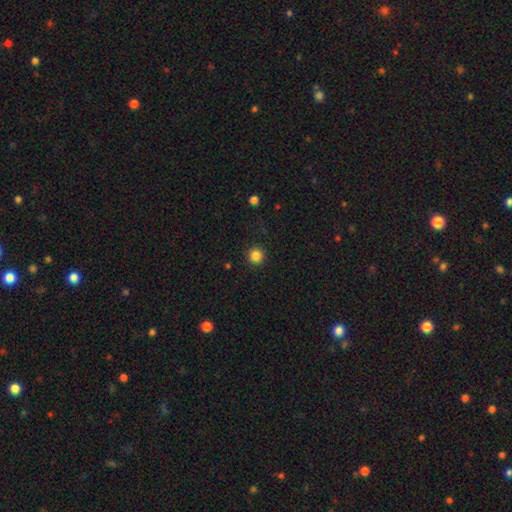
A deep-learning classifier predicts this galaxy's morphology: A smooth galaxy with no disk features (84%) that is round (96%). Merging: none (93%).